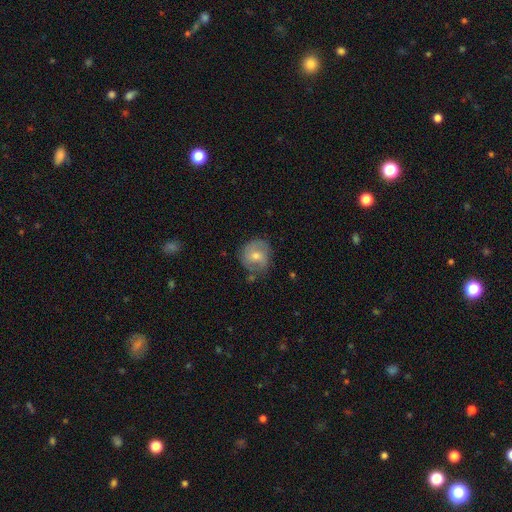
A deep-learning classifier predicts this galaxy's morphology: Overall: smooth (47%; featured or disk 43%). Merging: none (66%).